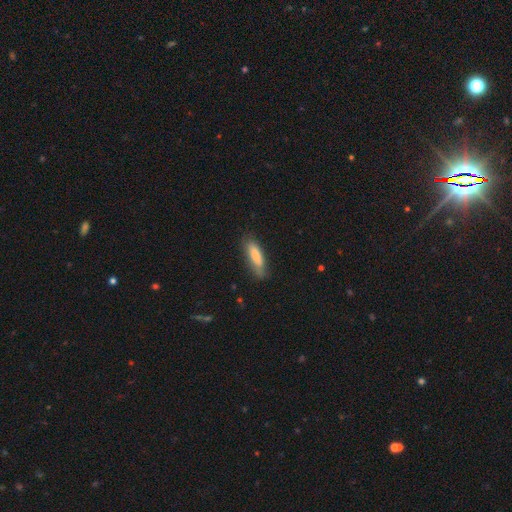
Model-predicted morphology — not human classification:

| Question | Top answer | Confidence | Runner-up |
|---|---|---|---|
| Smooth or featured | smooth | 81% | featured or disk (13%) |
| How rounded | cigar-shaped | 60% | in between (38%) |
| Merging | none | 72% | minor disturbance (21%) |